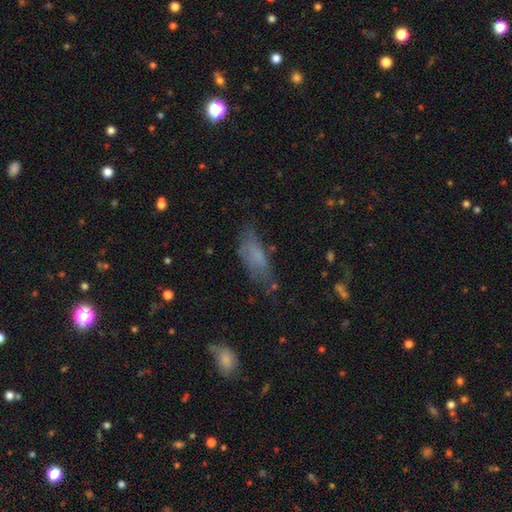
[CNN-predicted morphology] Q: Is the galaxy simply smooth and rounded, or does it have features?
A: smooth — 65%.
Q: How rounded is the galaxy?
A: in between — 68%.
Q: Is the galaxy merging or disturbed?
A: none — 53%.